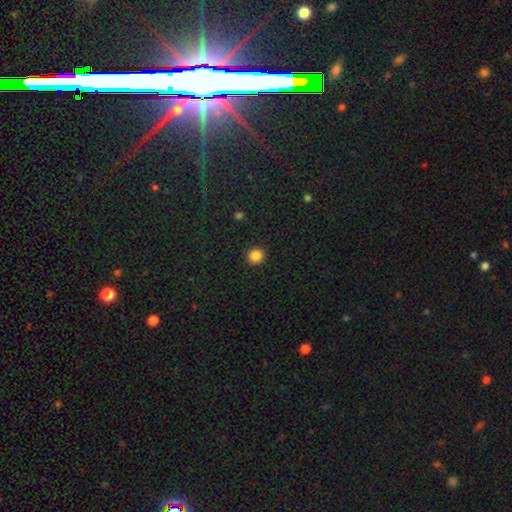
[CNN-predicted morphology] Smooth or featured? smooth (86%)
How rounded? round (92%)
Merging? none (92%)